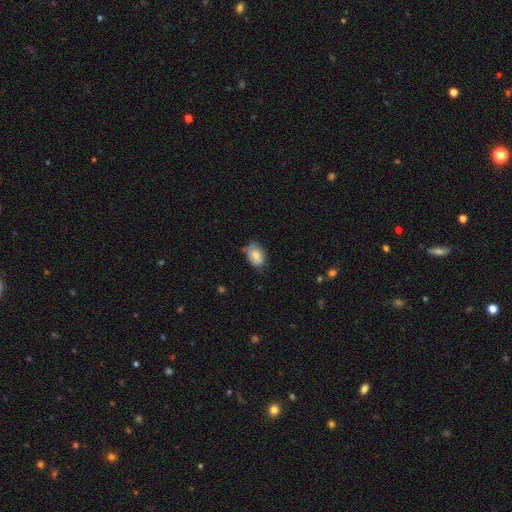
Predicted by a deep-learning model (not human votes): Smooth or featured: smooth — 81% (featured or disk — 12%)
How rounded: in between — 84% (round — 15%)
Merging: none — 60% (minor disturbance — 31%)